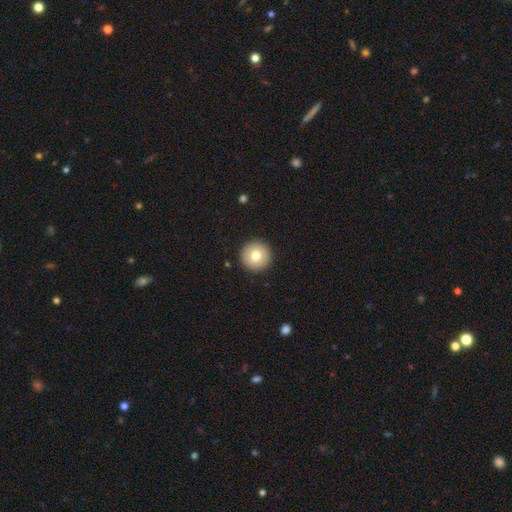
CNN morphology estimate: A smooth galaxy with no disk features (76%) that is round (96%).

Vote fractions:
- Smooth or featured? smooth: 76% / featured or disk: 15% / star or artifact: 9%
- How rounded? round: 96% / in between: 3% / cigar-shaped: 1%
- Merging? none: 93% / minor disturbance: 5% / major disturbance: 2% / merger: 1%